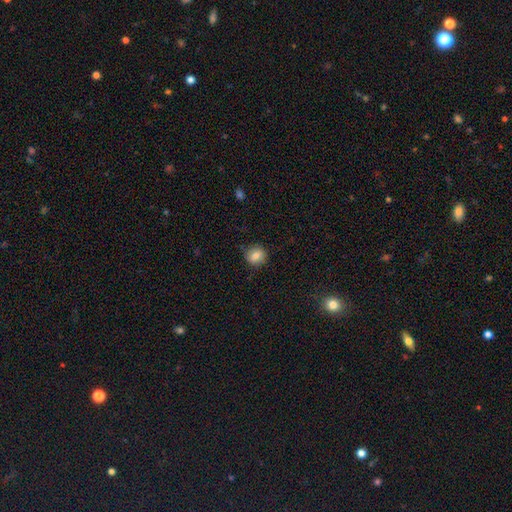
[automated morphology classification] Smooth or featured: smooth — 81% (featured or disk — 10%)
How rounded: round — 80% (in between — 18%)
Merging: none — 84% (minor disturbance — 12%)